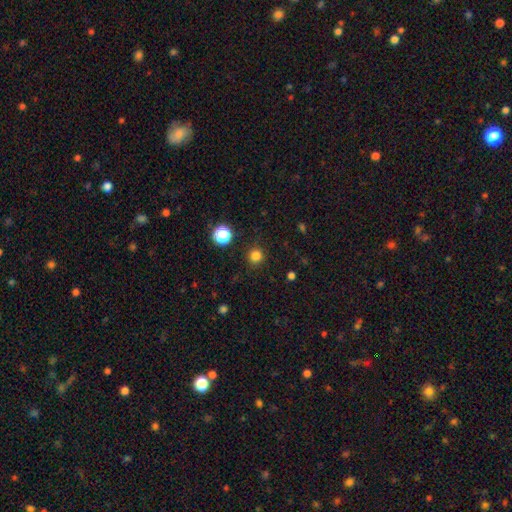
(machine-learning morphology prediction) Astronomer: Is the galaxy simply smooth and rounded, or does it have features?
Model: smooth — 82%.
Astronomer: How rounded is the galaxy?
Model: round — 94%.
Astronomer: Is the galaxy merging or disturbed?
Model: none — 90%.